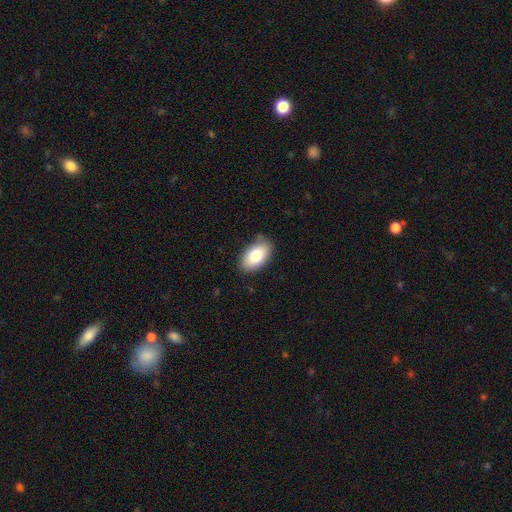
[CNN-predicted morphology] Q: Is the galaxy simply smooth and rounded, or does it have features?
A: smooth — 80%.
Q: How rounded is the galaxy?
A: in between — 94%.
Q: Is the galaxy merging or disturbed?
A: none — 82%.